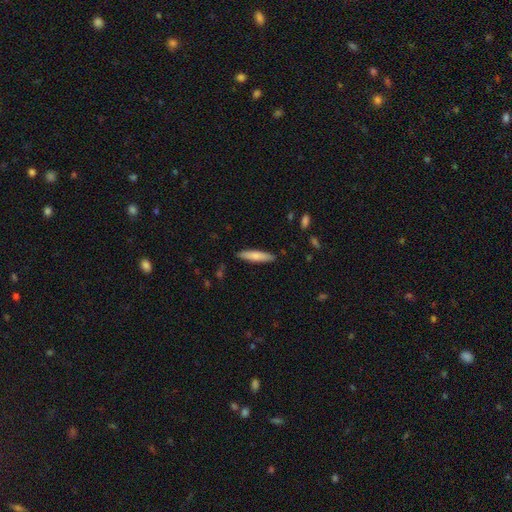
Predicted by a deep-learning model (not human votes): Smooth or featured?
  - smooth: 75% *
  - featured or disk: 20%
  - star or artifact: 5%
How rounded?
  - cigar-shaped: 85% *
  - in between: 14%
  - round: 1%
Merging?
  - none: 88% *
  - minor disturbance: 9%
  - major disturbance: 2%
  - merger: 1%